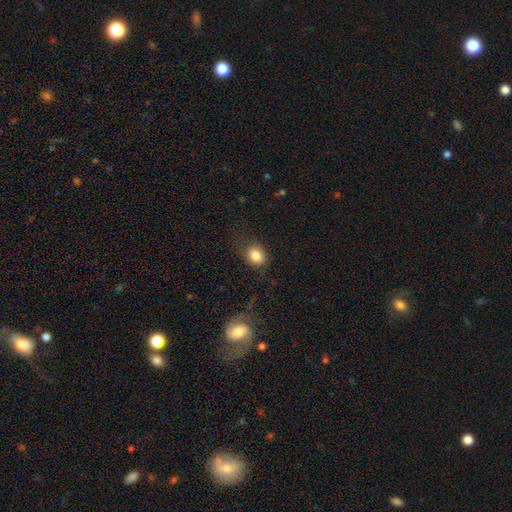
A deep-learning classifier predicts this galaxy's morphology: Smooth or featured? smooth (83%)
How rounded? in between (56%)
Merging? none (71%)